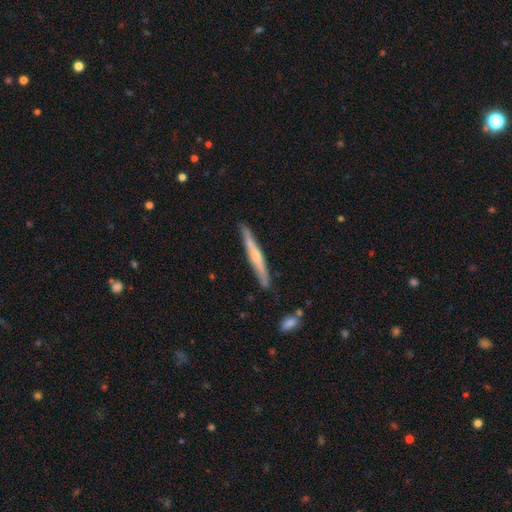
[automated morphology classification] Smooth or featured? featured or disk (60%)
Edge-on disk? yes (95%)
Edge-on bulge? rounded (59%)
Merging? none (85%)